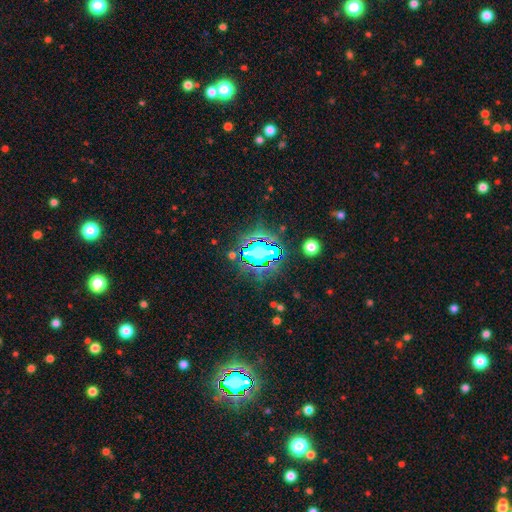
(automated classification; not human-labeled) This is likely a star or artifact rather than a galaxy (72%).